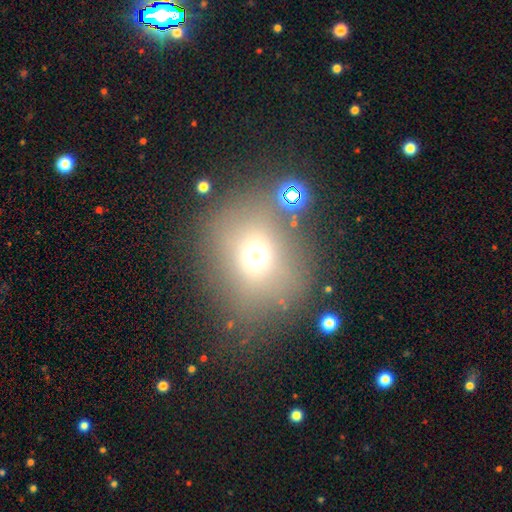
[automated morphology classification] type=smooth (63%); roundness=round (75%); merging=none (69%).